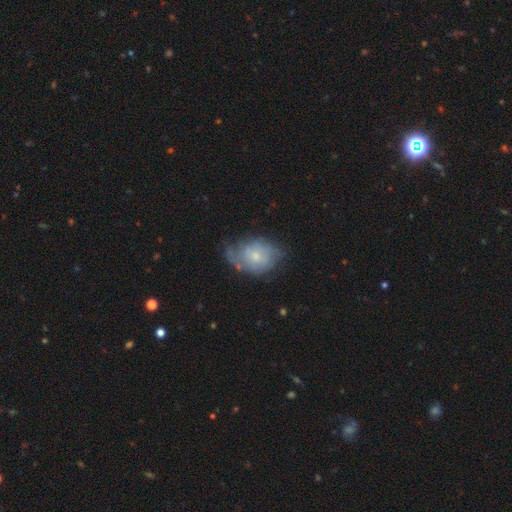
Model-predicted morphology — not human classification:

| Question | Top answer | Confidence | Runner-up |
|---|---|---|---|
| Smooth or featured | featured or disk | 53% | smooth (40%) |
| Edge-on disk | no | 96% | yes (4%) |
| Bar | no | 76% | weak (21%) |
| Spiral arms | yes | 69% | no (31%) |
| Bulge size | small | 54% | moderate (38%) |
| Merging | none | 43% | minor disturbance (34%) |